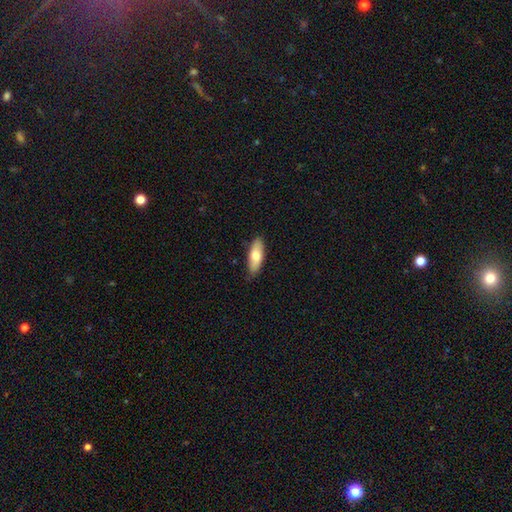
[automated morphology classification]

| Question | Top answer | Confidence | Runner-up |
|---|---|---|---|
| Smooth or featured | smooth | 74% | featured or disk (21%) |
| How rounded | in between | 69% | cigar-shaped (29%) |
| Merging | none | 84% | minor disturbance (13%) |